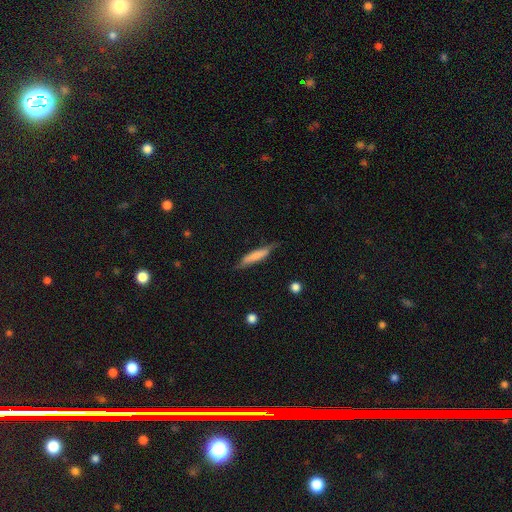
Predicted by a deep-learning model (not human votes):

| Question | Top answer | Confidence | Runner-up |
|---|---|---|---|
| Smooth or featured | smooth | 70% | featured or disk (24%) |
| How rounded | cigar-shaped | 84% | in between (14%) |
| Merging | none | 71% | minor disturbance (23%) |